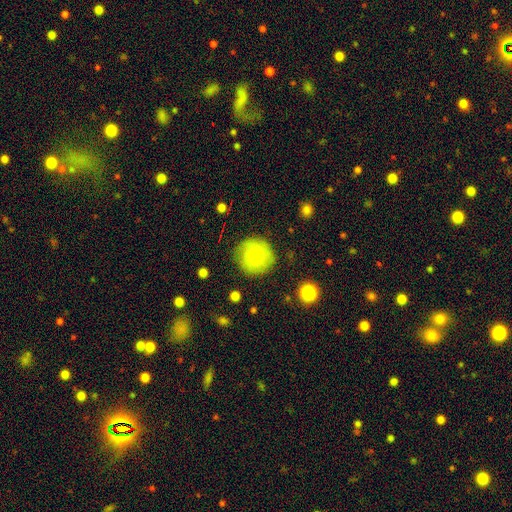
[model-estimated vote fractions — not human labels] Smooth or featured?
  - smooth: 69% *
  - featured or disk: 24%
  - star or artifact: 8%
How rounded?
  - round: 94% *
  - in between: 5%
  - cigar-shaped: 1%
Merging?
  - none: 79% *
  - minor disturbance: 15%
  - major disturbance: 5%
  - merger: 1%